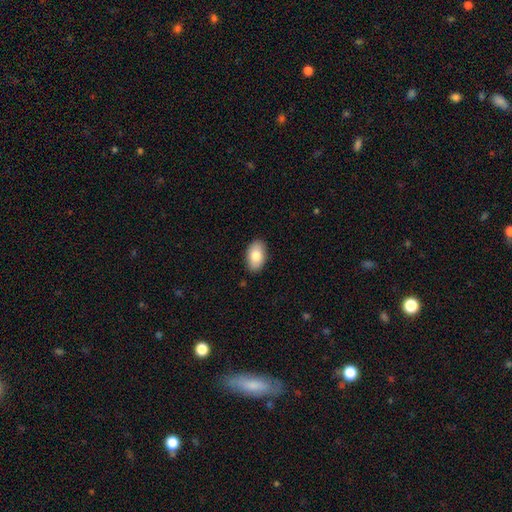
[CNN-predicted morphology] Smooth or featured? smooth (81%)
How rounded? in between (93%)
Merging? none (88%)